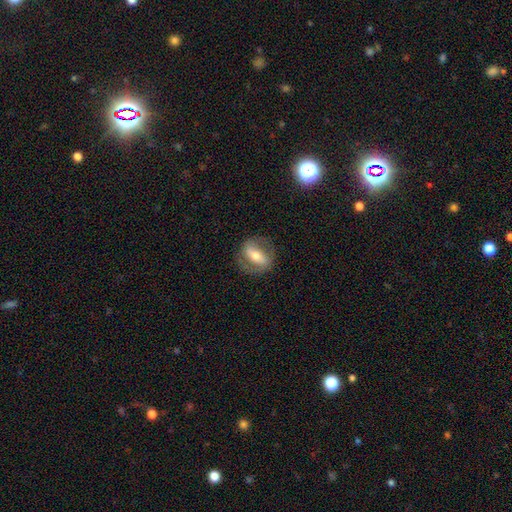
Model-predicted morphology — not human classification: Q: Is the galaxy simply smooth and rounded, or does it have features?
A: featured or disk — 61%.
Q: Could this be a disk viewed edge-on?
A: no — 87%.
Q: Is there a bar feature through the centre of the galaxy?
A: strong — 58%.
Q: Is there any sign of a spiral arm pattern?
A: yes — 58%.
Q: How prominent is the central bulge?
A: moderate — 61%.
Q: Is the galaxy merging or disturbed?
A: none — 77%.